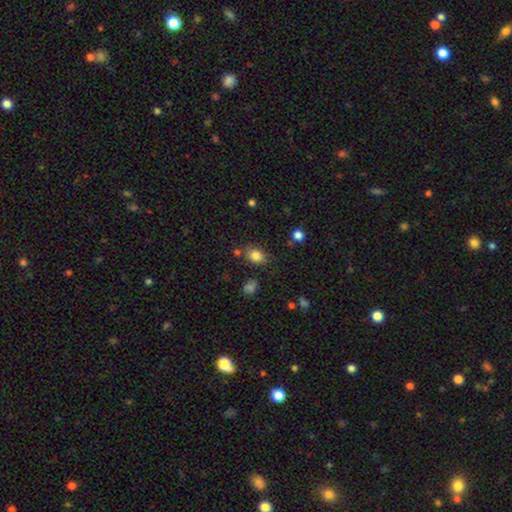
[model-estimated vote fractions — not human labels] This appears to be a smooth galaxy with no disk features (82%) that is in between round and cigar-shaped (68%). Merging: none (75%).